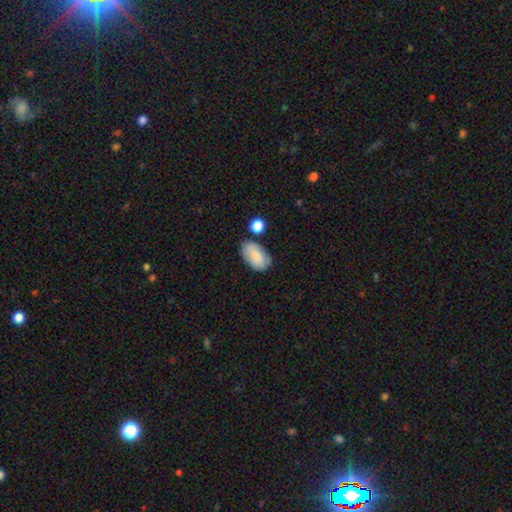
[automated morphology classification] Smooth or featured? Predicted: smooth (p=0.81). How rounded? Predicted: in between (p=0.93). Merging? Predicted: none (p=0.60).